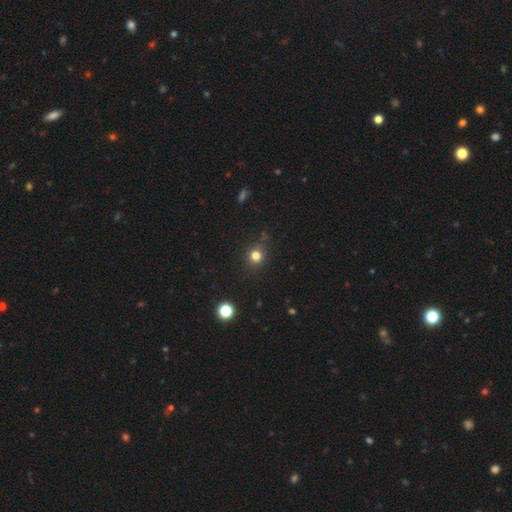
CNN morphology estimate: Smooth or featured?
  - smooth: 79% *
  - star or artifact: 16%
  - featured or disk: 6%
How rounded?
  - round: 85% *
  - in between: 14%
  - cigar-shaped: 1%
Merging?
  - none: 81% *
  - minor disturbance: 12%
  - major disturbance: 4%
  - merger: 3%